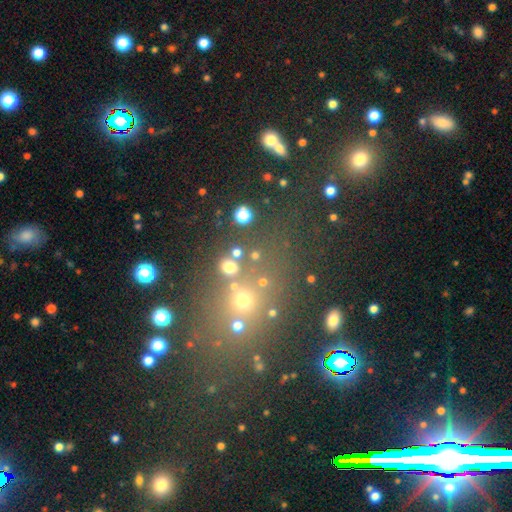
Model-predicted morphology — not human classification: A smooth galaxy with no disk features (50%).

Vote fractions:
- Smooth or featured? smooth: 50% / star or artifact: 38% / featured or disk: 12%
- Merging? none: 69% / merger: 14% / minor disturbance: 10% / major disturbance: 7%